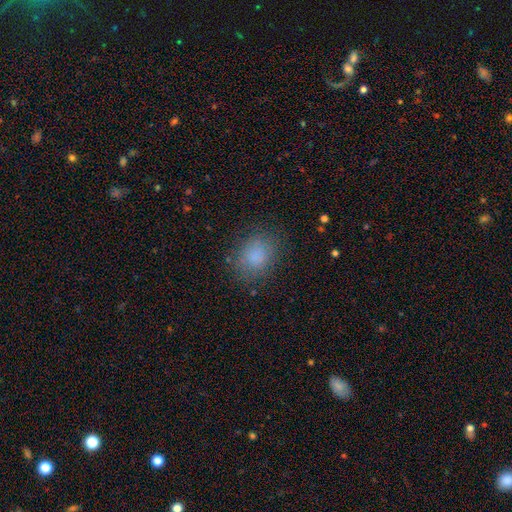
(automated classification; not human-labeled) Overall: smooth (81%). How rounded: round (59%; in between 40%). Merging: none (78%).